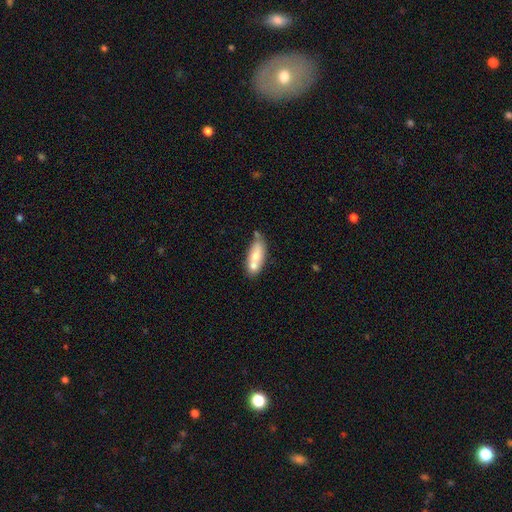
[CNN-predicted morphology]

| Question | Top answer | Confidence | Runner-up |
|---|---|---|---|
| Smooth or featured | smooth | 64% | featured or disk (29%) |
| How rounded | in between | 65% | cigar-shaped (32%) |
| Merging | none | 41% | merger (35%) |